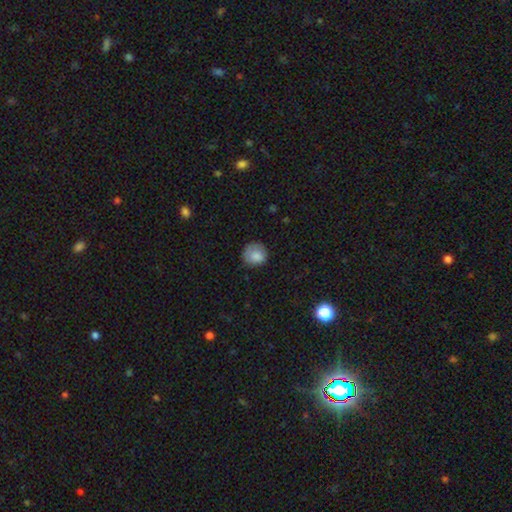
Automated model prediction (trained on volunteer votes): Q: Smooth or featured?
A: smooth (83%); runner-up: featured or disk (8%)
Q: How rounded?
A: round (86%); runner-up: in between (13%)
Q: Merging?
A: none (68%); runner-up: minor disturbance (23%)